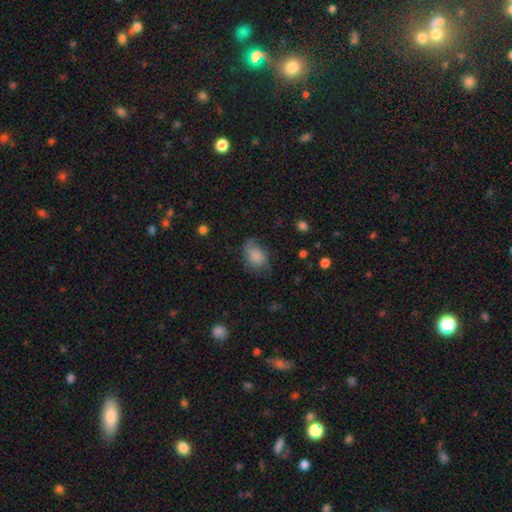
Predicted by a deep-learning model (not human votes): Smooth or featured? Predicted: smooth (p=0.74). How rounded? Predicted: in between (p=0.76). Merging? Predicted: none (p=0.52).